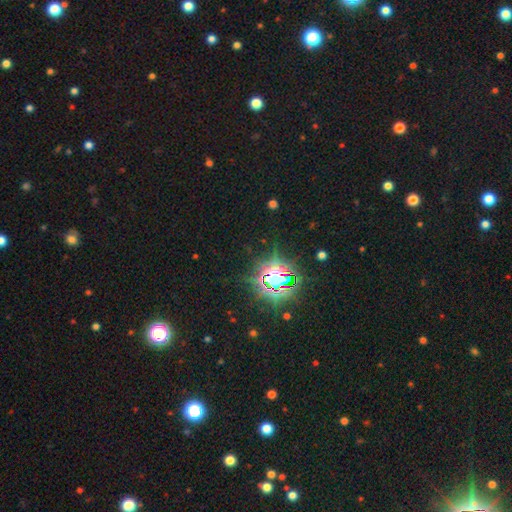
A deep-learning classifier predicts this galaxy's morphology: The model was most divided on "smooth or featured": star or artifact: 84%, smooth: 10%, featured or disk: 6%.